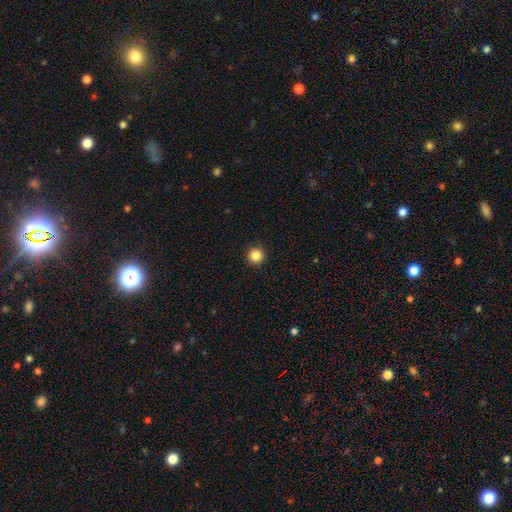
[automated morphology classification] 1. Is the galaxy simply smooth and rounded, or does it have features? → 86% smooth, 10% star or artifact, 3% featured or disk.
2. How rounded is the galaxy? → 96% round, 3% in between, 1% cigar-shaped.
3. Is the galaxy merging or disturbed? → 93% none, 4% minor disturbance, 1% major disturbance, 1% merger.